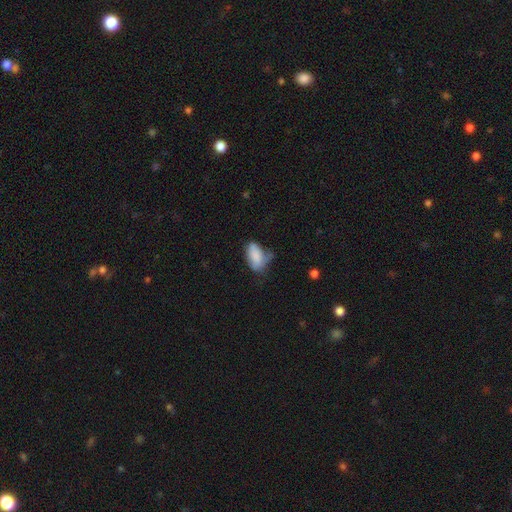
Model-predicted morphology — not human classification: Smooth or featured: smooth — 80% (featured or disk — 12%)
How rounded: in between — 93% (round — 4%)
Merging: minor disturbance — 37% (none — 36%)